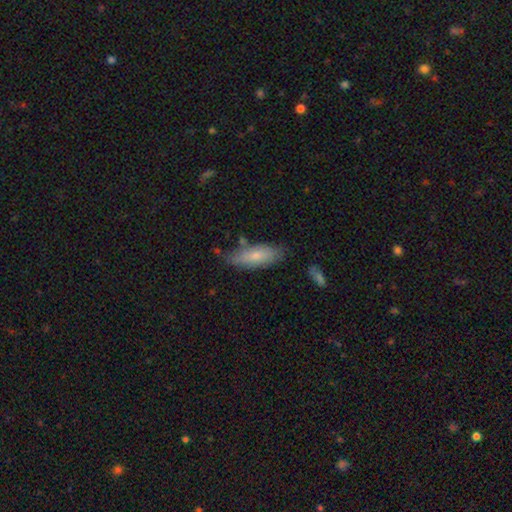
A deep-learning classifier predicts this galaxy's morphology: type=smooth (72%); roundness=in between (64%); merging=none (68%).